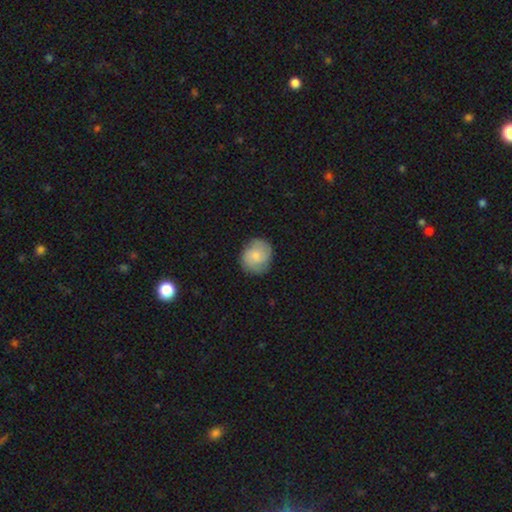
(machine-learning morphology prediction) smooth_or_featured: smooth (p=0.64) [alt: featured or disk p=0.29]
how_rounded: round (p=0.77) [alt: in between p=0.22]
merging: none (p=0.78) [alt: minor disturbance p=0.17]